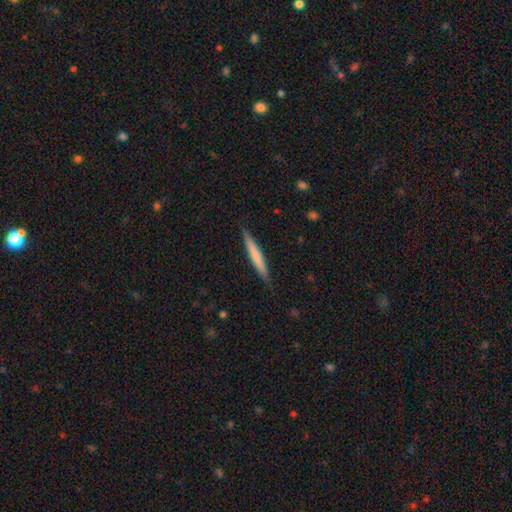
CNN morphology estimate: A smooth galaxy with no disk features (63%) that is cigar-shaped (96%). Merging: none (89%).